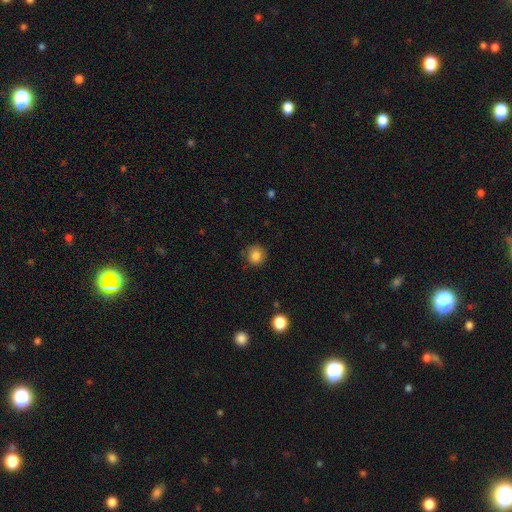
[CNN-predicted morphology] Smooth or featured: smooth — 84% (star or artifact — 11%)
How rounded: round — 91% (in between — 8%)
Merging: none — 87% (minor disturbance — 9%)